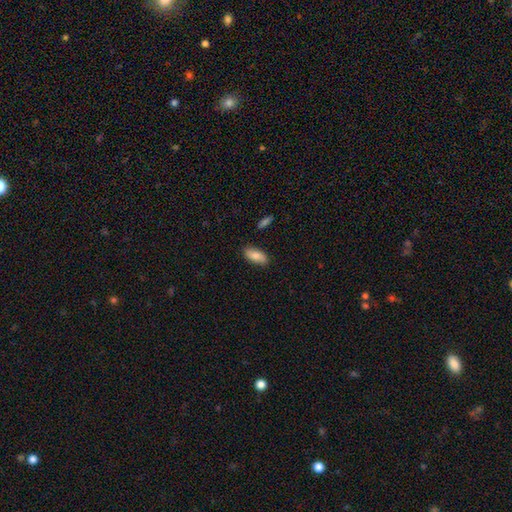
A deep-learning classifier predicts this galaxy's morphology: Smooth or featured? Predicted: smooth (p=0.82). How rounded? Predicted: in between (p=0.85). Merging? Predicted: none (p=0.85).